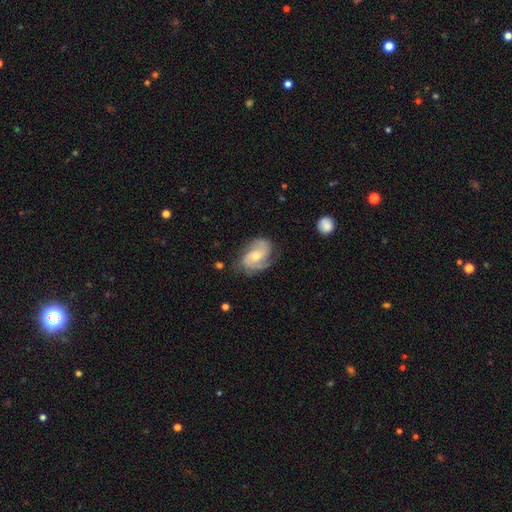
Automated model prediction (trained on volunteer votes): Q: Smooth or featured?
A: featured or disk (81%); runner-up: smooth (14%)
Q: Edge-on disk?
A: no (97%); runner-up: yes (3%)
Q: Bar?
A: no (53%); runner-up: weak (37%)
Q: Spiral arms?
A: yes (95%); runner-up: no (5%)
Q: Spiral winding?
A: medium (48%); runner-up: tight (33%)
Q: Spiral arm count?
A: 2 (69%); runner-up: 3 (13%)
Q: Bulge size?
A: small (48%); runner-up: moderate (47%)
Q: Merging?
A: none (68%); runner-up: minor disturbance (21%)